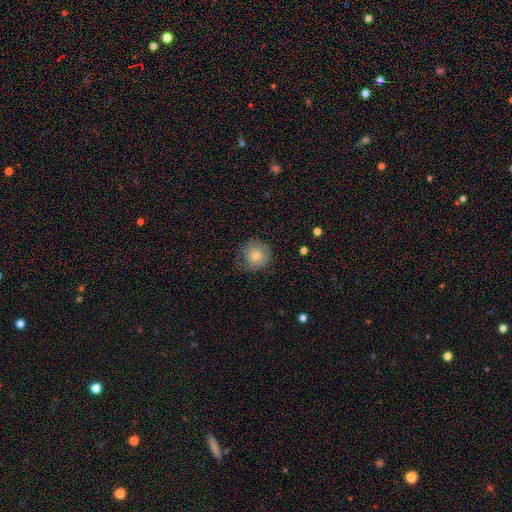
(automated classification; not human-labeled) Q: Smooth or featured?
A: smooth (64%); runner-up: featured or disk (26%)
Q: How rounded?
A: round (93%); runner-up: in between (6%)
Q: Merging?
A: none (68%); runner-up: minor disturbance (22%)